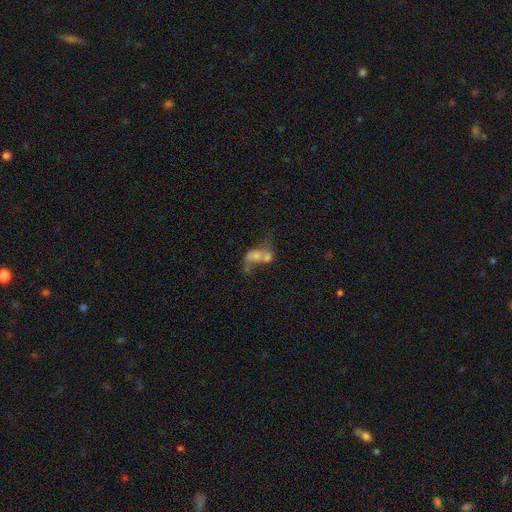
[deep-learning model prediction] A featured or disk galaxy (46%).

Vote fractions:
- Smooth or featured? featured or disk: 46% / smooth: 39% / star or artifact: 15%
- Merging? merger: 62% / major disturbance: 16% / none: 14% / minor disturbance: 7%